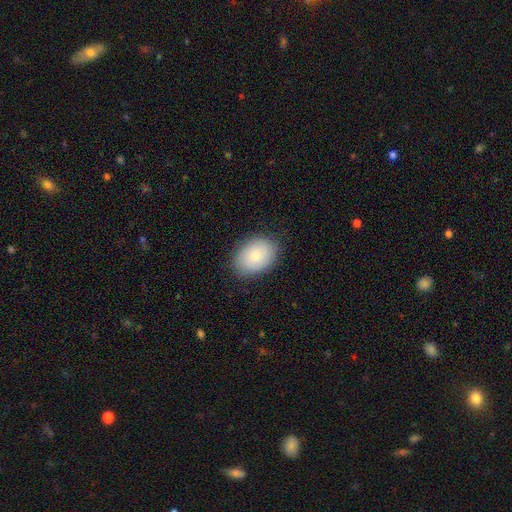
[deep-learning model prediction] smooth-or-featured: smooth: 79% | featured or disk: 15% | star or artifact: 7%
  how-rounded: in between: 74% | round: 25% | cigar-shaped: 1%
  merging: none: 84% | minor disturbance: 13% | major disturbance: 3% | merger: 1%